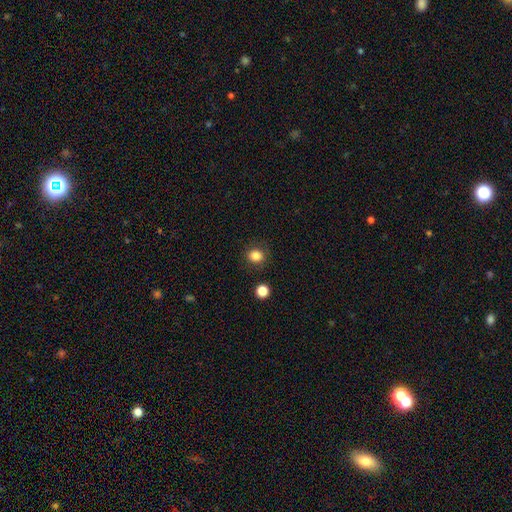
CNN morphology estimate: smooth-or-featured: smooth: 84% | star or artifact: 11% | featured or disk: 5%
  how-rounded: round: 80% | in between: 19% | cigar-shaped: 1%
  merging: none: 87% | minor disturbance: 8% | major disturbance: 3% | merger: 2%